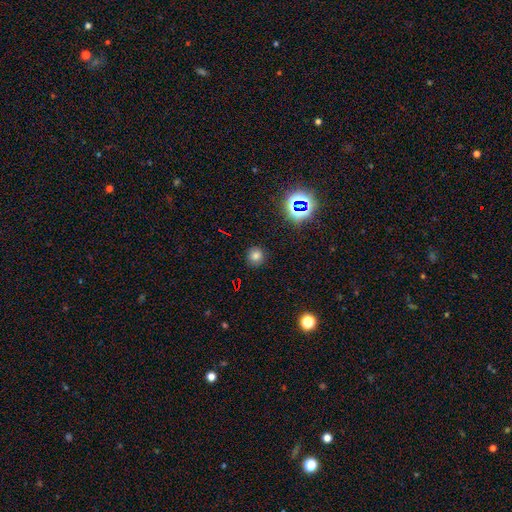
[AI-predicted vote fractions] Smooth or featured?
  - smooth: 73% *
  - star or artifact: 21%
  - featured or disk: 6%
How rounded?
  - round: 91% *
  - in between: 8%
  - cigar-shaped: 1%
Merging?
  - none: 88% *
  - minor disturbance: 8%
  - major disturbance: 3%
  - merger: 1%